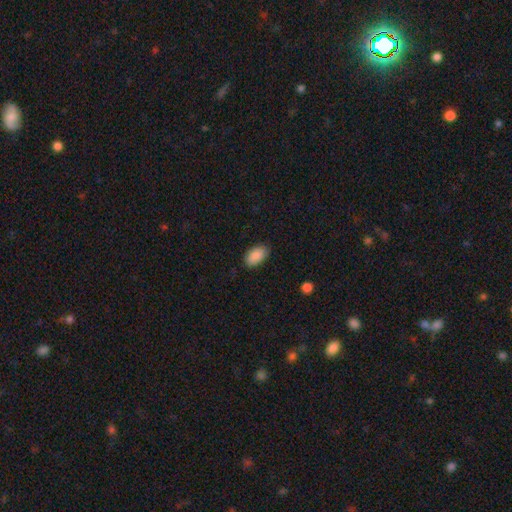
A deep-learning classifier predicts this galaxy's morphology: A smooth galaxy with no disk features (89%) that is in between round and cigar-shaped (93%).

Vote fractions:
- Smooth or featured? smooth: 89% / star or artifact: 7% / featured or disk: 4%
- How rounded? in between: 93% / round: 5% / cigar-shaped: 2%
- Merging? none: 84% / minor disturbance: 12% / major disturbance: 3% / merger: 1%